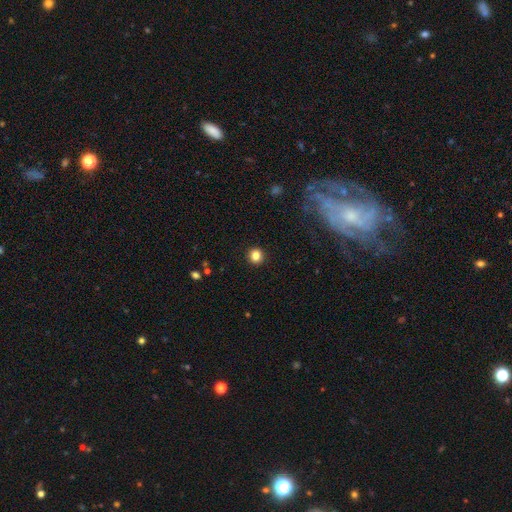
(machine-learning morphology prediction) Smooth or featured? Predicted: smooth (p=0.84). How rounded? Predicted: round (p=0.90). Merging? Predicted: none (p=0.92).